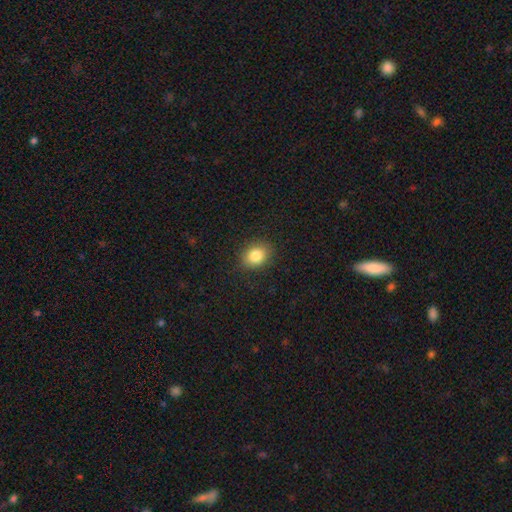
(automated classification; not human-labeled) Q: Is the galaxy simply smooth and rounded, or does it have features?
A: smooth — 84%.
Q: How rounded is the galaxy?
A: in between — 50%.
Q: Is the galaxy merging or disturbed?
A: none — 86%.